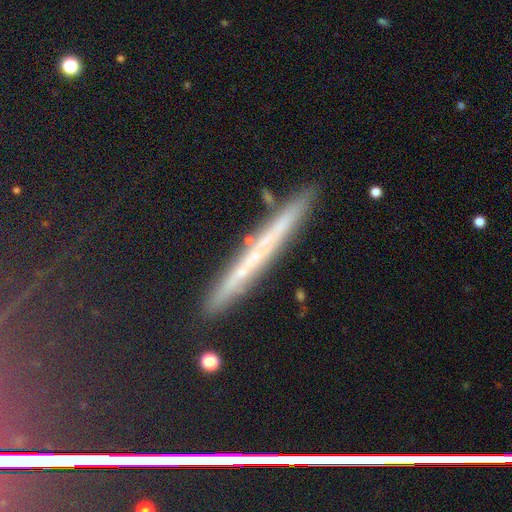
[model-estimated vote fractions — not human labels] smooth-or-featured: featured or disk: 51% | smooth: 35% | star or artifact: 14%
  disk-edge-on: yes: 93% | no: 7%
  merging: none: 88% | minor disturbance: 8% | merger: 2% | major disturbance: 2%